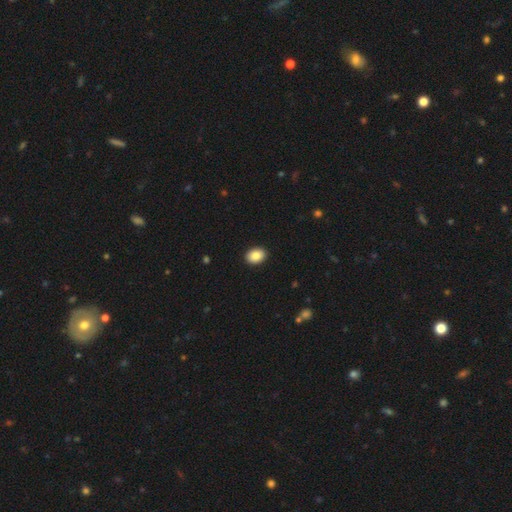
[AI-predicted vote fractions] Overall: smooth (88%). How rounded: in between (67%; round 32%). Merging: none (92%).